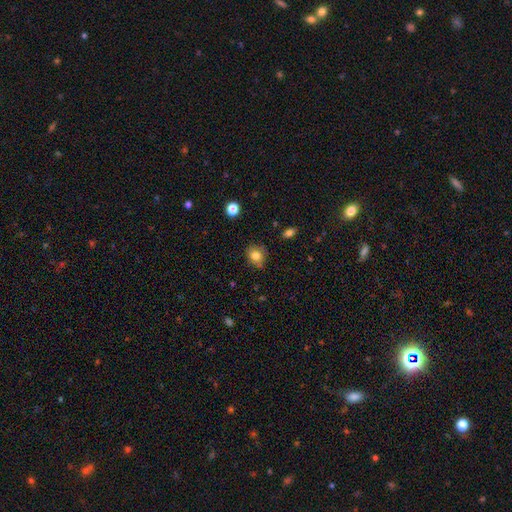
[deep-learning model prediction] smooth 80%, star or artifact 11%, featured or disk 9%. Down the decision tree: how rounded — round (66%); merging — none (75%).